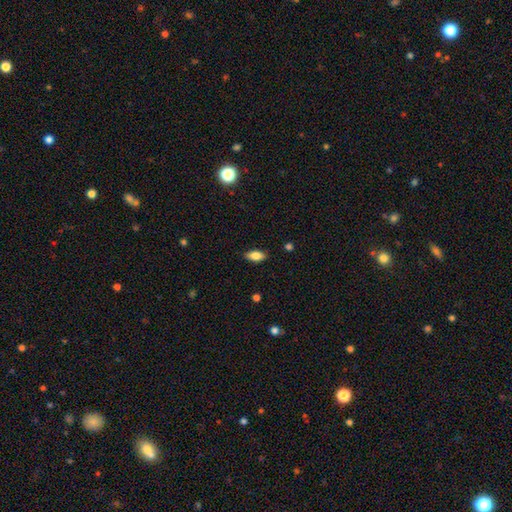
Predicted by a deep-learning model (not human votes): Smooth or featured?
  - smooth: 80% *
  - featured or disk: 12%
  - star or artifact: 7%
How rounded?
  - in between: 88% *
  - cigar-shaped: 9%
  - round: 3%
Merging?
  - none: 87% *
  - minor disturbance: 10%
  - major disturbance: 2%
  - merger: 1%